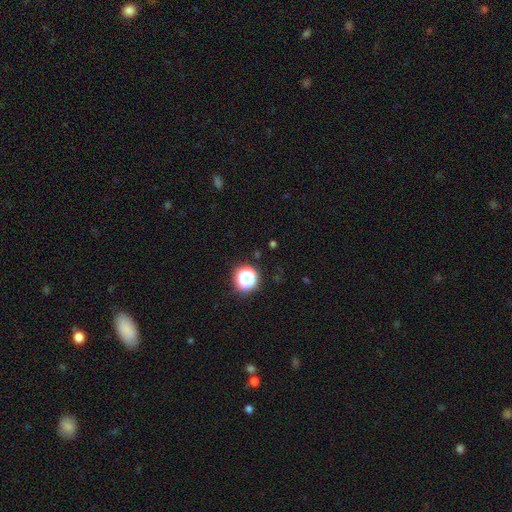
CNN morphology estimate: star or artifact 68%, smooth 25%, featured or disk 7%.